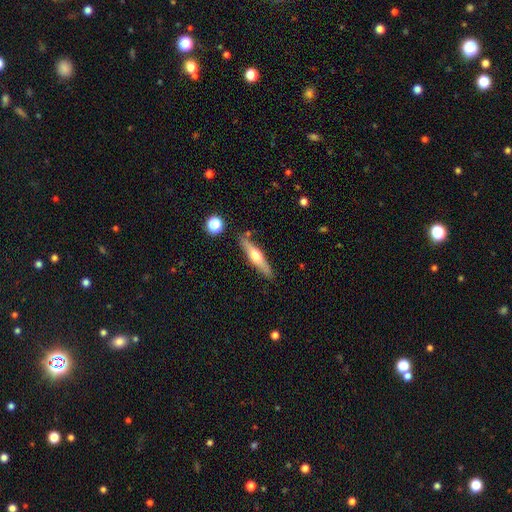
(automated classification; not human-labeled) A featured or disk galaxy (53%) viewed edge-on (93%). Merging: none (84%).